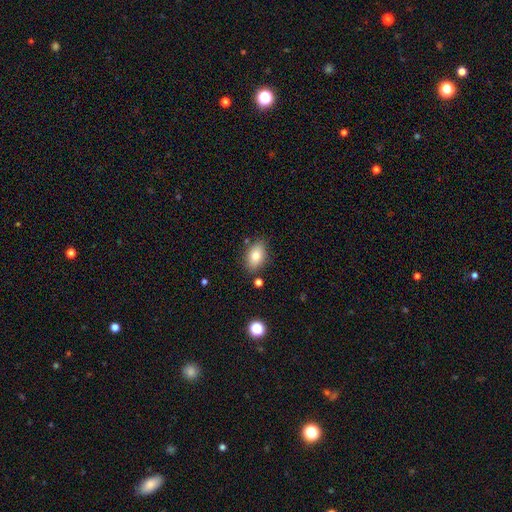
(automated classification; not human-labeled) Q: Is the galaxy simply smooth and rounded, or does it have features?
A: smooth — 80%.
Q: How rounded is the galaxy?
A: in between — 88%.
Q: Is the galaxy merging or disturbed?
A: none — 81%.